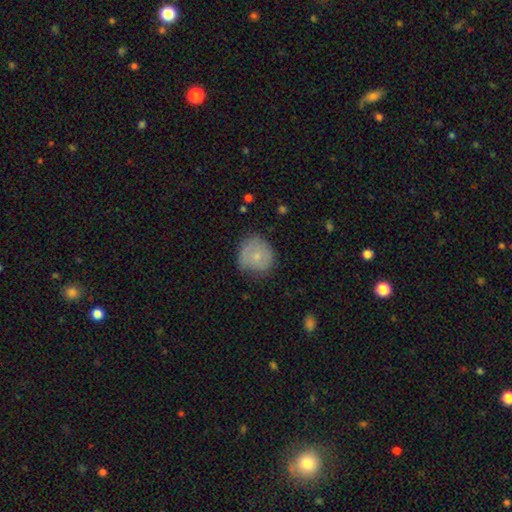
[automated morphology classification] This appears to be a smooth galaxy with no disk features (66%) that is round (84%). Merging: none (60%).